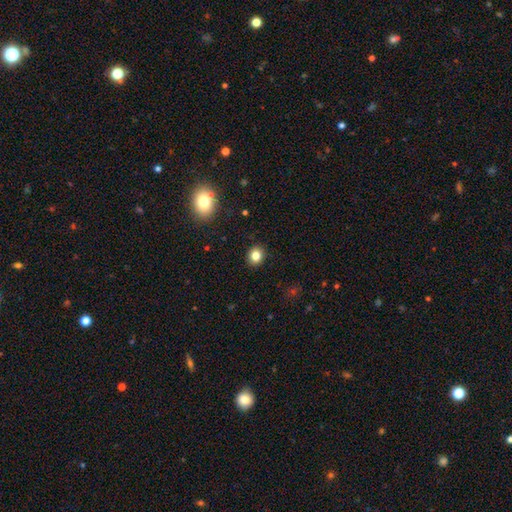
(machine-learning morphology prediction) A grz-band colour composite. It shows a smooth galaxy with no disk features (82%) that is round (73%). Merging: none (91%).